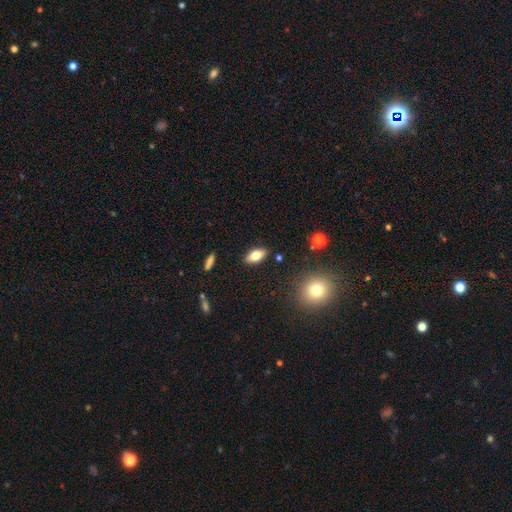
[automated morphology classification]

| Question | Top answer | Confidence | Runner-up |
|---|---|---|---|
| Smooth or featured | smooth | 75% | featured or disk (17%) |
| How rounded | in between | 87% | cigar-shaped (9%) |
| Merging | none | 87% | minor disturbance (9%) |